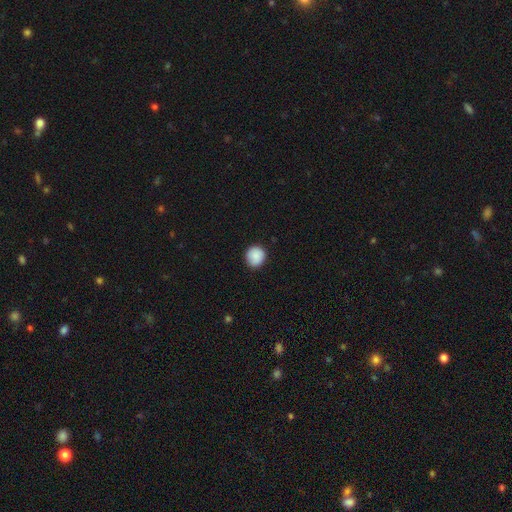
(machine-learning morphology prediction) Overall: smooth (89%). How rounded: round (91%). Merging: none (87%).